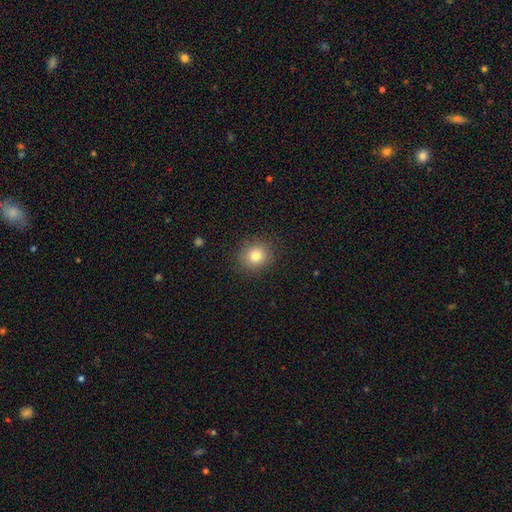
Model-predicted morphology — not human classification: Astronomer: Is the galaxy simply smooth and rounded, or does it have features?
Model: smooth — 80%.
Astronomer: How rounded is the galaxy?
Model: round — 84%.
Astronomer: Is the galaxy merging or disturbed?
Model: none — 89%.